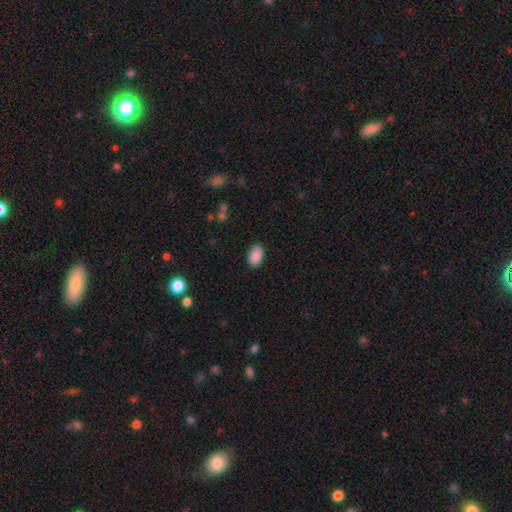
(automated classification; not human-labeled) smooth 90%, star or artifact 7%, featured or disk 3%. Down the decision tree: how rounded — in between (92%); merging — none (87%).